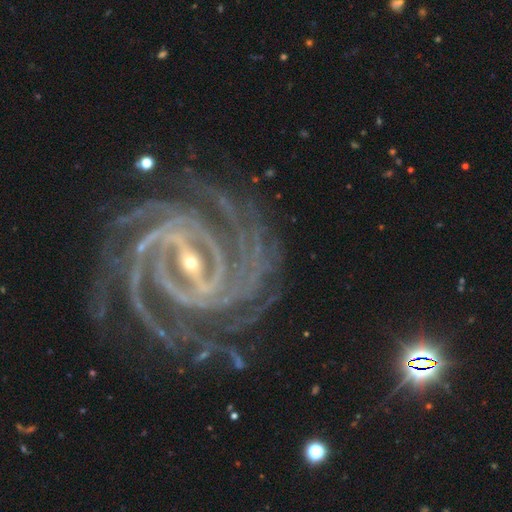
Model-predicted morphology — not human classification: Q: Smooth or featured?
A: featured or disk (93%); runner-up: star or artifact (5%)
Q: Edge-on disk?
A: no (97%); runner-up: yes (3%)
Q: Bar?
A: strong (76%); runner-up: weak (17%)
Q: Spiral arms?
A: yes (99%); runner-up: no (1%)
Q: Spiral winding?
A: tight (76%); runner-up: medium (21%)
Q: Spiral arm count?
A: more than 4 (24%); runner-up: 4 (23%)
Q: Bulge size?
A: small (77%); runner-up: moderate (19%)
Q: Merging?
A: none (75%); runner-up: minor disturbance (14%)